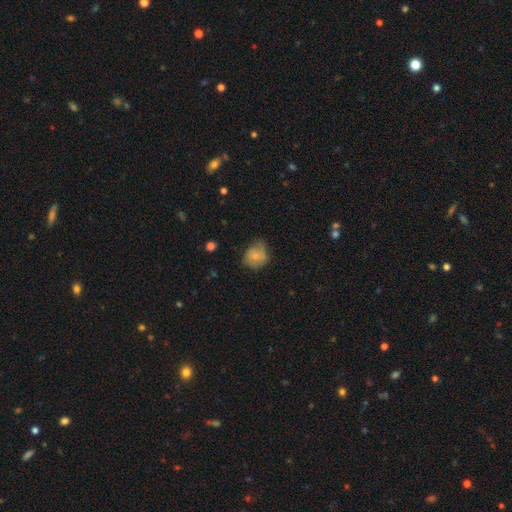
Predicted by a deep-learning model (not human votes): A smooth galaxy with no disk features (68%) that is round (61%).

Vote fractions:
- Smooth or featured? smooth: 68% / featured or disk: 23% / star or artifact: 9%
- How rounded? round: 61% / in between: 38% / cigar-shaped: 1%
- Merging? none: 47% / minor disturbance: 36% / major disturbance: 15% / merger: 2%